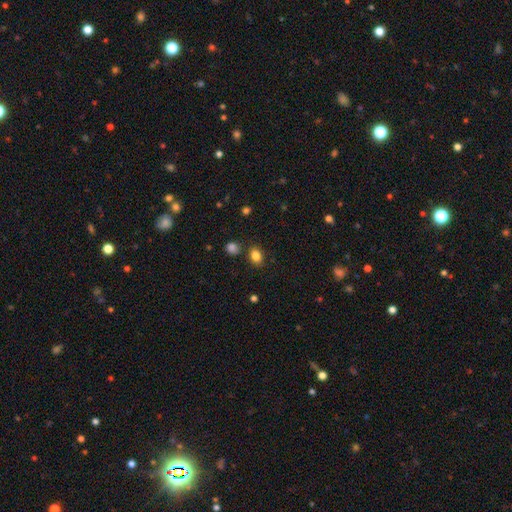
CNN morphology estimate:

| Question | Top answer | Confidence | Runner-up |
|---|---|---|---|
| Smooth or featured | smooth | 83% | star or artifact (11%) |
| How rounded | in between | 66% | round (33%) |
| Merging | none | 80% | minor disturbance (11%) |